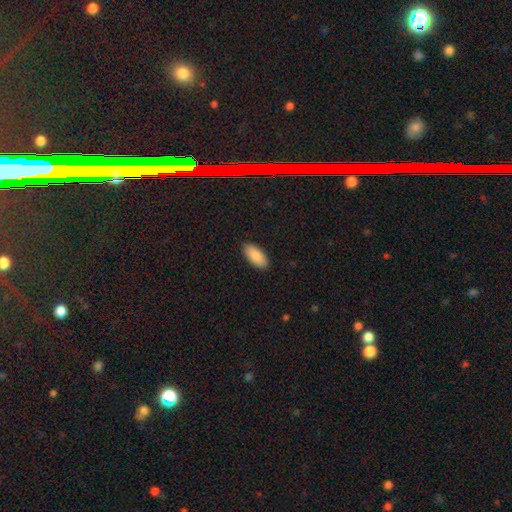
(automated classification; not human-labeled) smooth-or-featured: smooth: 89% | star or artifact: 6% | featured or disk: 5%
  how-rounded: in between: 92% | cigar-shaped: 7% | round: 2%
  merging: none: 90% | minor disturbance: 8% | major disturbance: 2% | merger: 1%